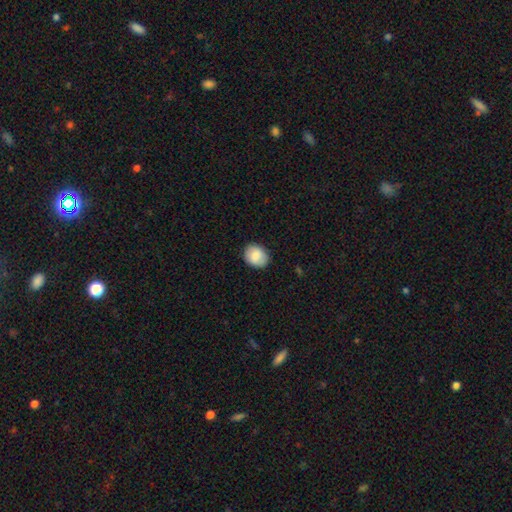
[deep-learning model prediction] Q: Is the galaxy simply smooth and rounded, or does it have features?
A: smooth — 85%.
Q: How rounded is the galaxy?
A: round — 59%.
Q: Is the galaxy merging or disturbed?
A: none — 86%.